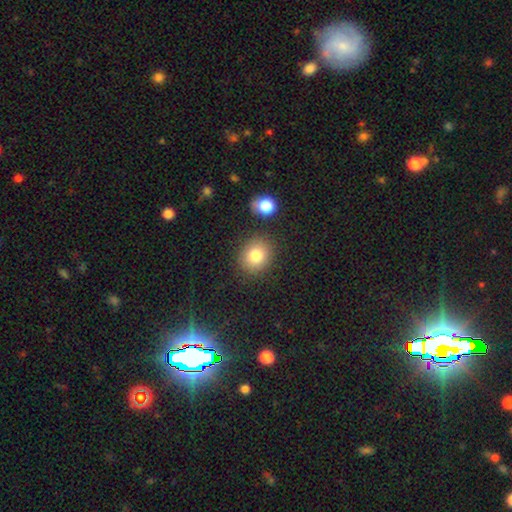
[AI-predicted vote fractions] Overall: smooth (81%). How rounded: round (75%). Merging: none (83%).